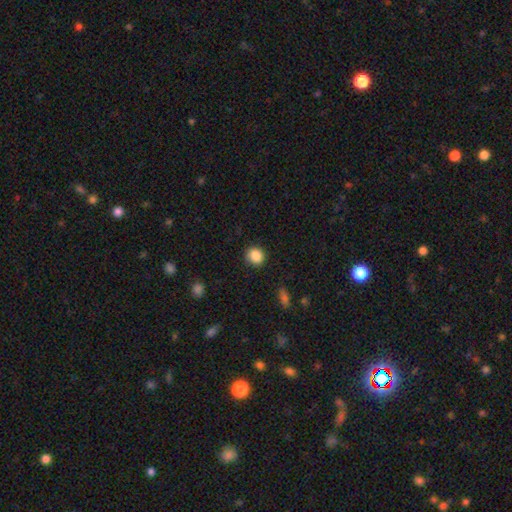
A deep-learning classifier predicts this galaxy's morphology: smooth-or-featured: smooth: 87% | star or artifact: 9% | featured or disk: 4%
  how-rounded: round: 81% | in between: 18% | cigar-shaped: 1%
  merging: none: 84% | minor disturbance: 12% | major disturbance: 3% | merger: 1%